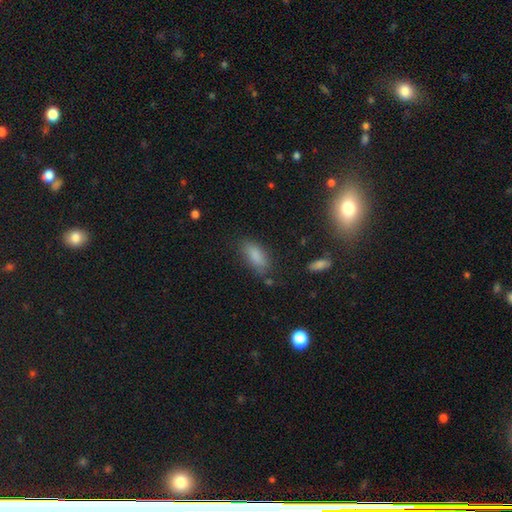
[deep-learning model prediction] The model was most divided on "merging": none: 73%, minor disturbance: 18%, major disturbance: 6%, merger: 3%. More confident: smooth or featured — smooth (83%); how rounded — in between (79%).